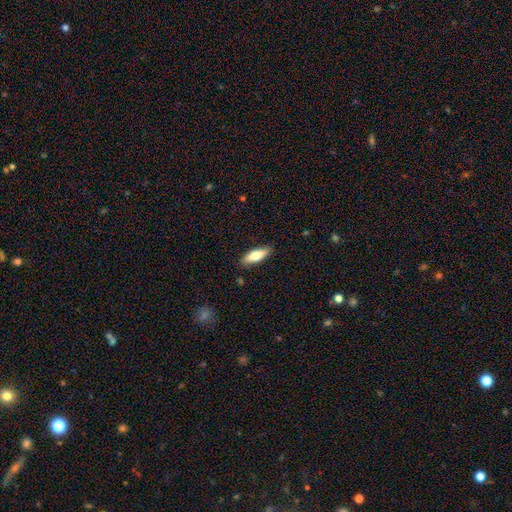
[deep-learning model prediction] Q: Smooth or featured?
A: smooth (70%); runner-up: featured or disk (24%)
Q: How rounded?
A: in between (61%); runner-up: cigar-shaped (37%)
Q: Merging?
A: none (86%); runner-up: minor disturbance (11%)